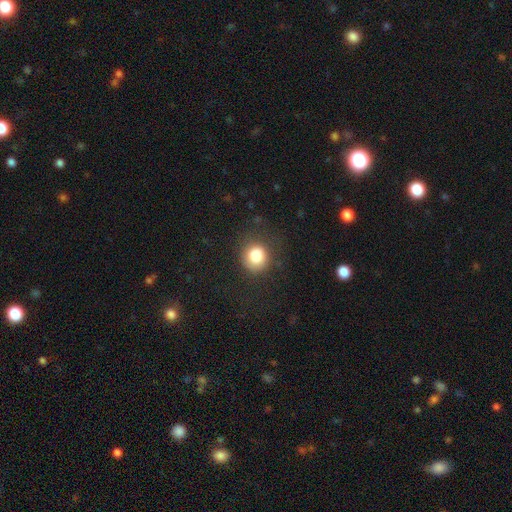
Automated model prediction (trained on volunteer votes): A smooth galaxy with no disk features (83%) that is round (87%). Merging: none (78%).